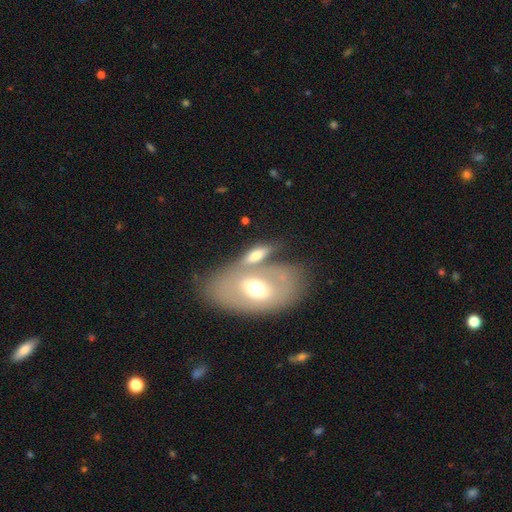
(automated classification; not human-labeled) A smooth galaxy with no disk features (51%) that is in between round and cigar-shaped (83%). Merging: merger (40%).